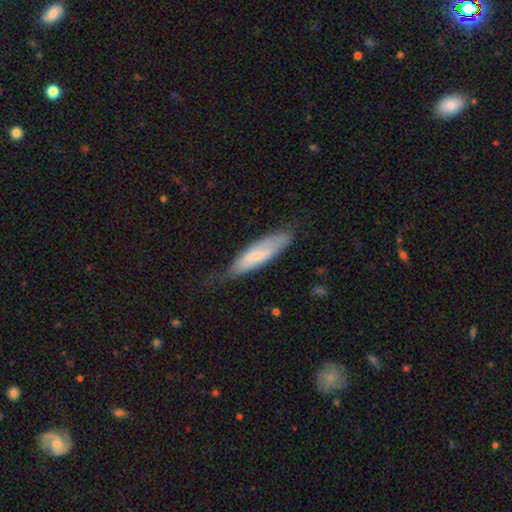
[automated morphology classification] smooth-or-featured: smooth: 63% | featured or disk: 31% | star or artifact: 6%
  how-rounded: cigar-shaped: 66% | in between: 32% | round: 1%
  merging: none: 57% | minor disturbance: 31% | major disturbance: 10% | merger: 2%